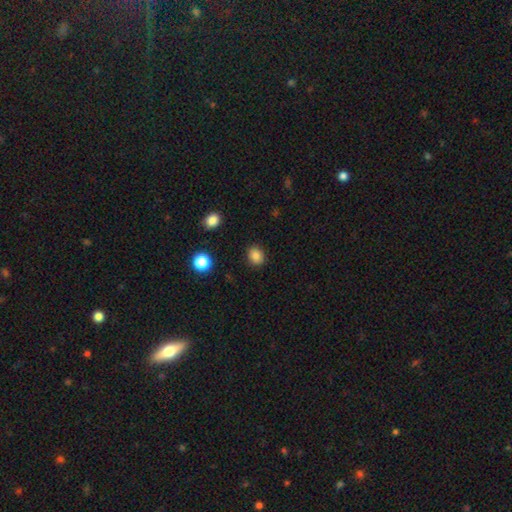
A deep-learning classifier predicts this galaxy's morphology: Smooth or featured? Predicted: smooth (p=0.84). How rounded? Predicted: round (p=0.61). Merging? Predicted: none (p=0.87).